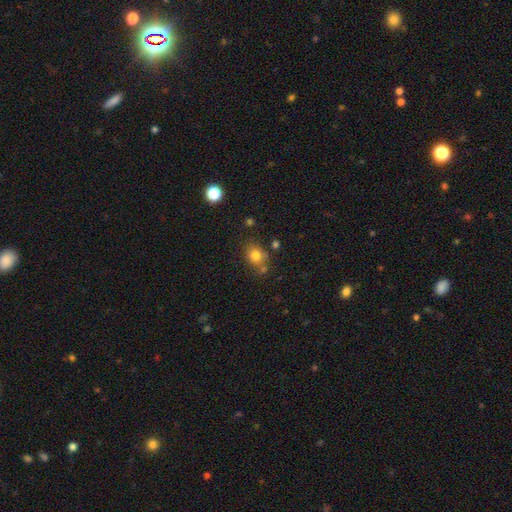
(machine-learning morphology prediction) Smooth or featured: smooth — 79% (star or artifact — 13%)
How rounded: round — 63% (in between — 36%)
Merging: none — 67% (minor disturbance — 15%)